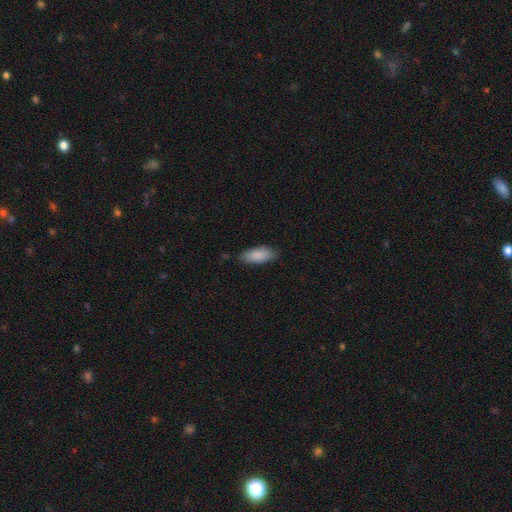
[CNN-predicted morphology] smooth 86%, featured or disk 8%, star or artifact 7%. Down the decision tree: how rounded — in between (74%); merging — none (85%).